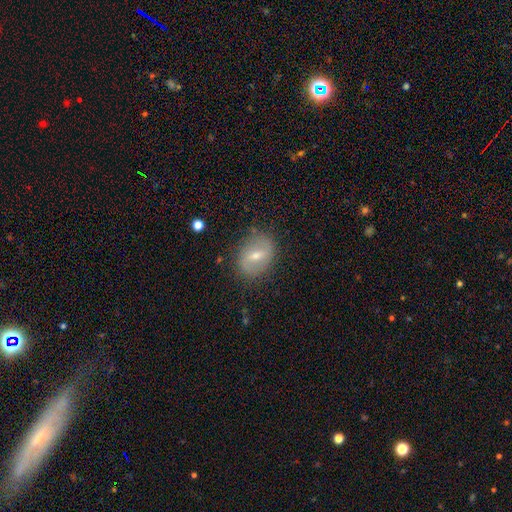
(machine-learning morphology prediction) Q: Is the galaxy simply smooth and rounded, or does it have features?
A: featured or disk — 54%.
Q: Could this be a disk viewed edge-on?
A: no — 94%.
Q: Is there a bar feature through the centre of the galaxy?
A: weak — 48%.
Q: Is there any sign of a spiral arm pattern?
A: yes — 55%.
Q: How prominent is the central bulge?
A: moderate — 53%.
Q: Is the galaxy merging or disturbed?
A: none — 81%.